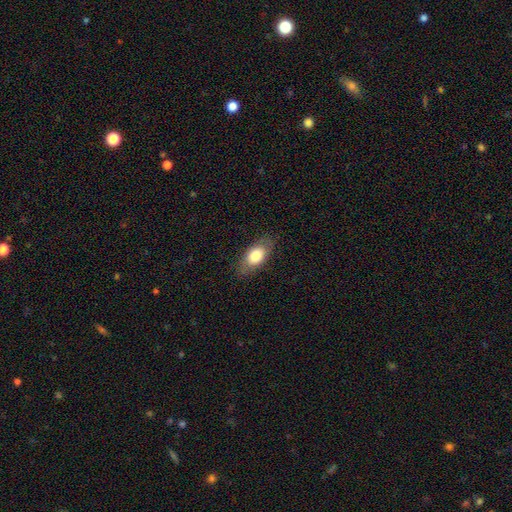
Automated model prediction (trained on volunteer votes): Morphology: type=smooth (73%); roundness=in between (88%); merging=none (82%).